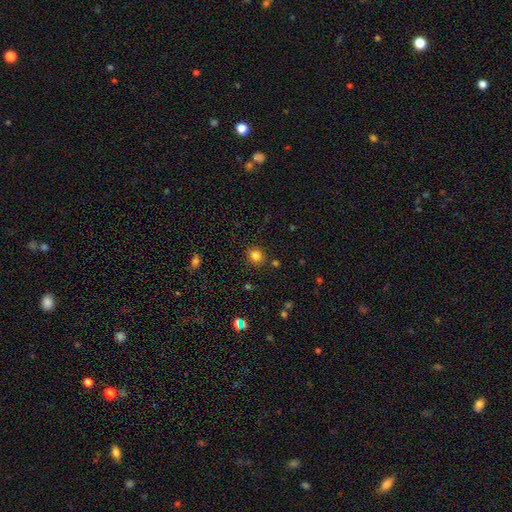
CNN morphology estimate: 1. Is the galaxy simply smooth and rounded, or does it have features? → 81% smooth, 13% star or artifact, 5% featured or disk.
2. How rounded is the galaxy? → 83% round, 16% in between, 1% cigar-shaped.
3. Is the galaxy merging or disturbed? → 87% none, 8% minor disturbance, 3% merger, 3% major disturbance.